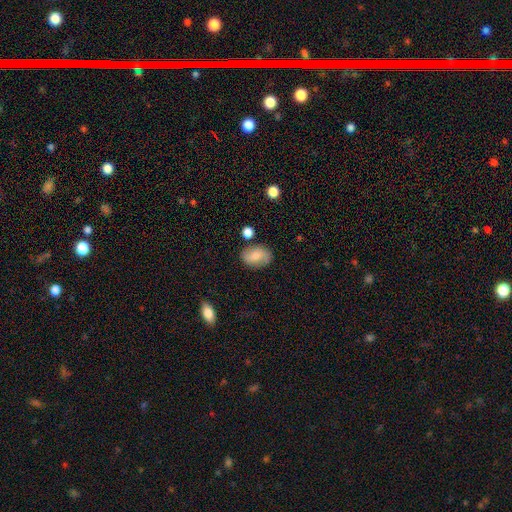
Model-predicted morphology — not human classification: type=smooth (65%); roundness=in between (83%); merging=none (76%).